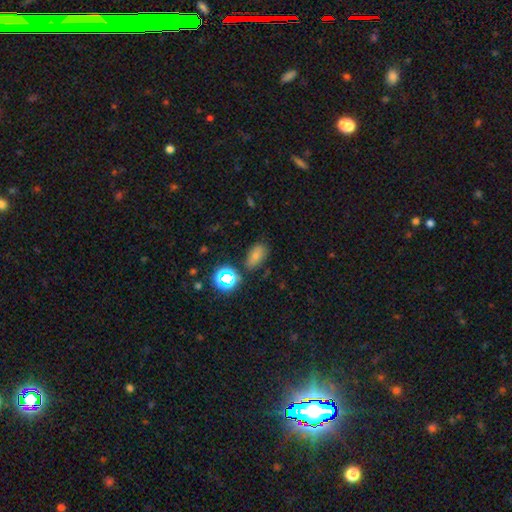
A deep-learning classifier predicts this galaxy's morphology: This is likely a smooth galaxy (70%). How rounded: clearly in between (86%). Merging: likely none (74%).